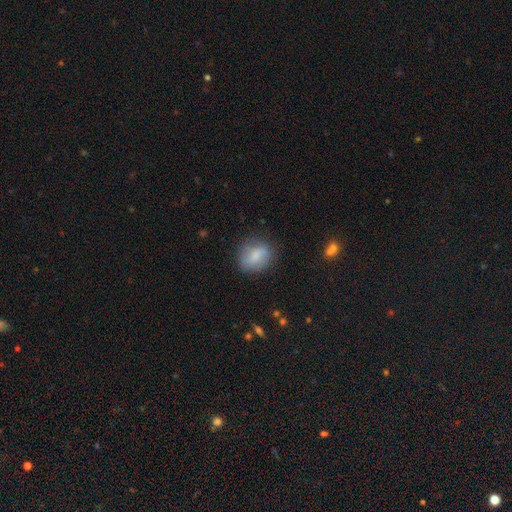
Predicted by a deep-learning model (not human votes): Smooth or featured: smooth — 73% (featured or disk — 20%)
How rounded: in between — 50% (round — 48%)
Merging: none — 71% (minor disturbance — 20%)